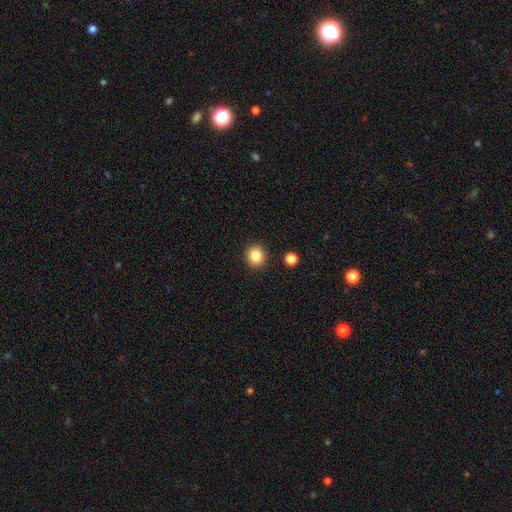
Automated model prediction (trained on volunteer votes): Smooth or featured? Predicted: smooth (p=0.84). How rounded? Predicted: round (p=0.87). Merging? Predicted: none (p=0.90).